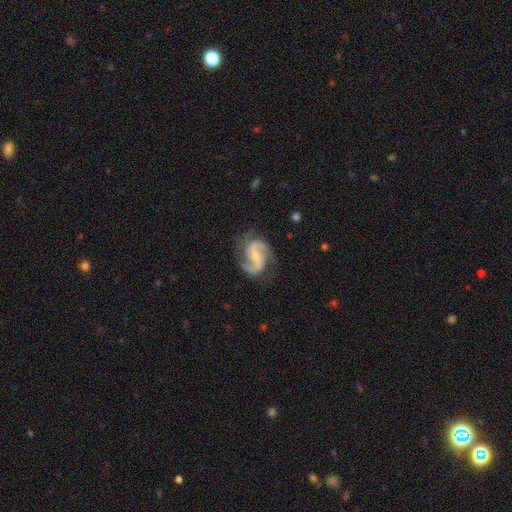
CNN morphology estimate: The model was most divided on "bar": weak: 44%, no: 33%, strong: 23%. More confident: edge-on disk — no (98%); spiral arms — yes (97%); spiral arm count — 2 (91%); smooth or featured — featured or disk (89%); merging — none (73%); spiral winding — medium (54%); bulge size — small (53%).